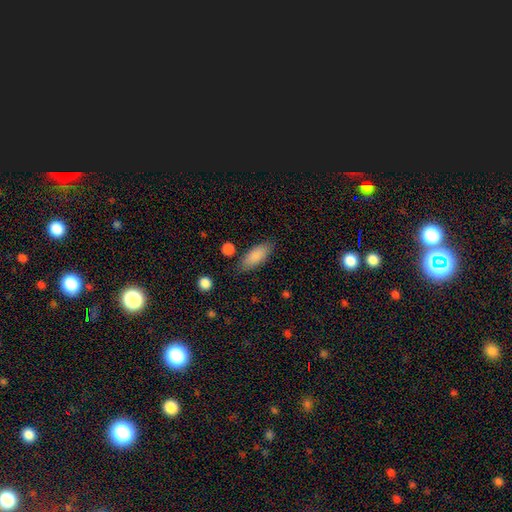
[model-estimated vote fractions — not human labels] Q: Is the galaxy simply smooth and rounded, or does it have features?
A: smooth — 86%.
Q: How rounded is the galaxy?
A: in between — 79%.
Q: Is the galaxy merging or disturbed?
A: none — 80%.